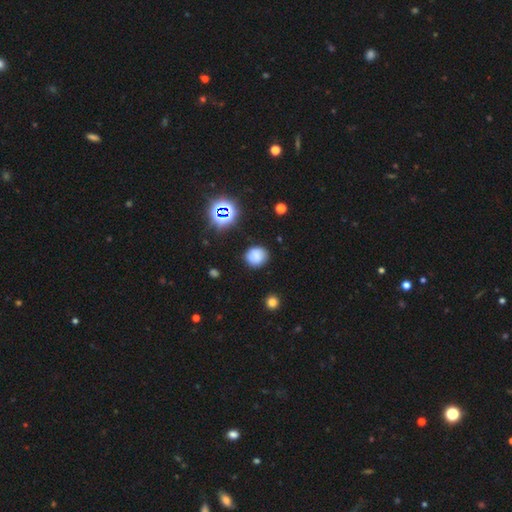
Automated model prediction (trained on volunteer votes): Smooth or featured: smooth — 76% (star or artifact — 15%)
How rounded: round — 82% (in between — 17%)
Merging: none — 83% (minor disturbance — 12%)